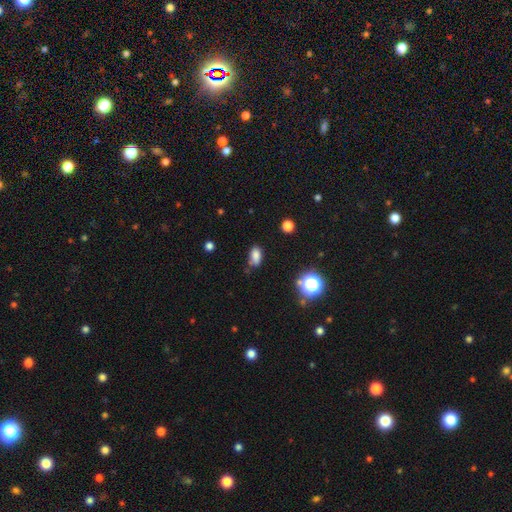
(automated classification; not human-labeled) Overall: smooth (78%). How rounded: in between (87%). Merging: none (61%; minor disturbance 26%).